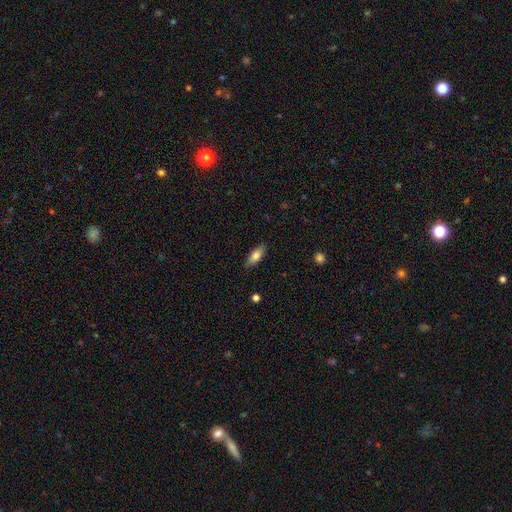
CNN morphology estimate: A smooth galaxy with no disk features (78%) that is in between round and cigar-shaped (73%).

Vote fractions:
- Smooth or featured? smooth: 78% / featured or disk: 15% / star or artifact: 7%
- How rounded? in between: 73% / cigar-shaped: 25% / round: 2%
- Merging? none: 85% / minor disturbance: 11% / major disturbance: 2% / merger: 1%